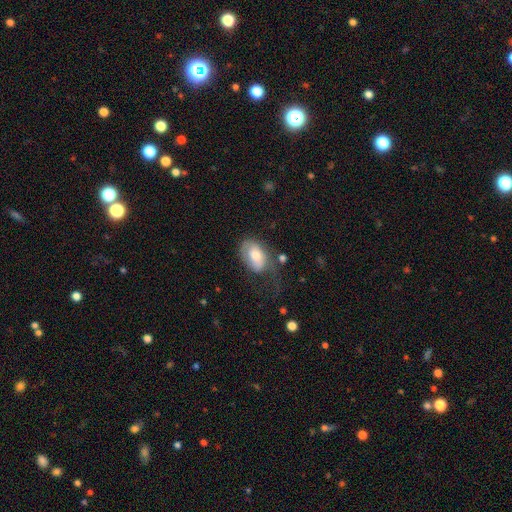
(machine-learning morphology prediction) This appears to be a smooth galaxy with no disk features (67%) that is in between round and cigar-shaped (87%). Merging: none (36%).